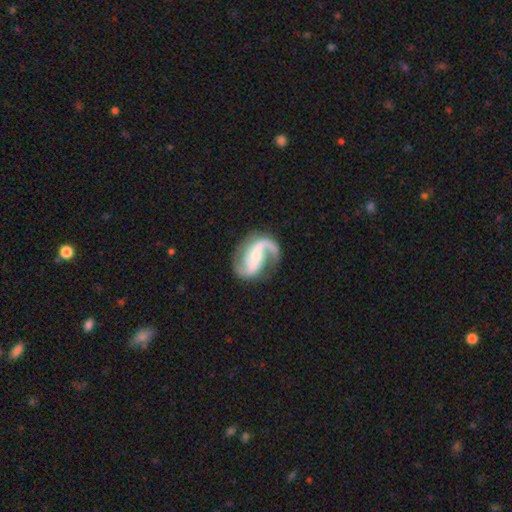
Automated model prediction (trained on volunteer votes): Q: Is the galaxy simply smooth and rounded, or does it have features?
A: featured or disk — 90%.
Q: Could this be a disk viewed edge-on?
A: no — 98%.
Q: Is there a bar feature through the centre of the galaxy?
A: weak — 37%.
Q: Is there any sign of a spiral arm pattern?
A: yes — 97%.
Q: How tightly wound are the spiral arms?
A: medium — 44%.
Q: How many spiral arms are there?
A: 2 — 82%.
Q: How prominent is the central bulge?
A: small — 51%.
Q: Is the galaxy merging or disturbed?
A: none — 72%.